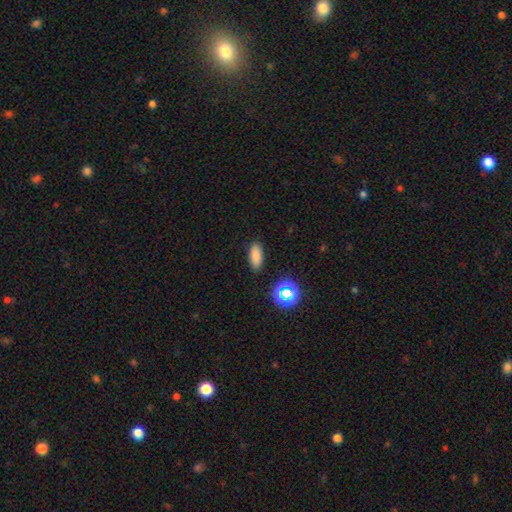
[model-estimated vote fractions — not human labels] The model was most divided on "smooth or featured": smooth: 81%, star or artifact: 14%, featured or disk: 6%. More confident: merging — none (87%); how rounded — in between (83%).